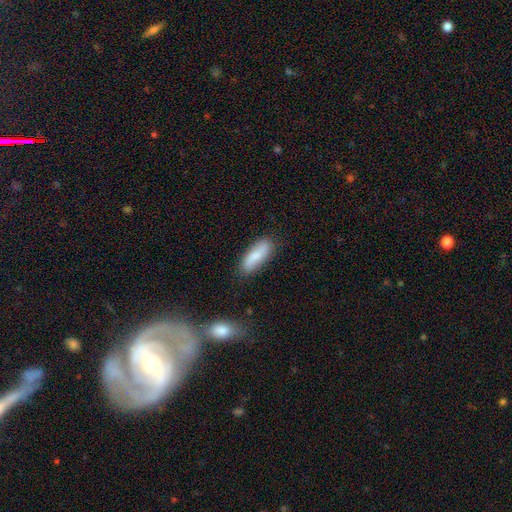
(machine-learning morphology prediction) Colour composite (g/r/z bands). It shows a smooth galaxy with no disk features (76%) that is in between round and cigar-shaped (54%). Merging: none (79%).